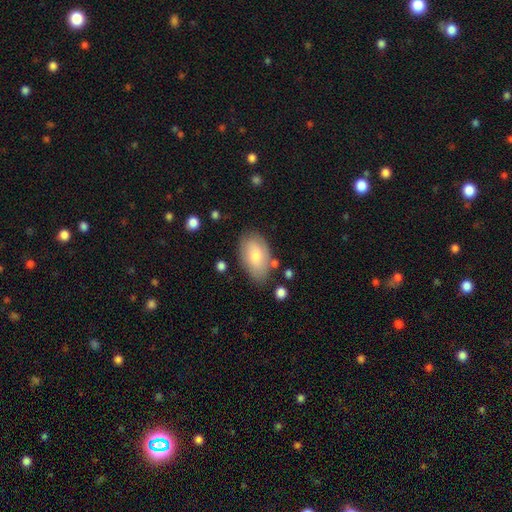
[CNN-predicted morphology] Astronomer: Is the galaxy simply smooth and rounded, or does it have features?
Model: smooth — 71%.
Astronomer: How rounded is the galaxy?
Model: in between — 92%.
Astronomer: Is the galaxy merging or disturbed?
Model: none — 72%.